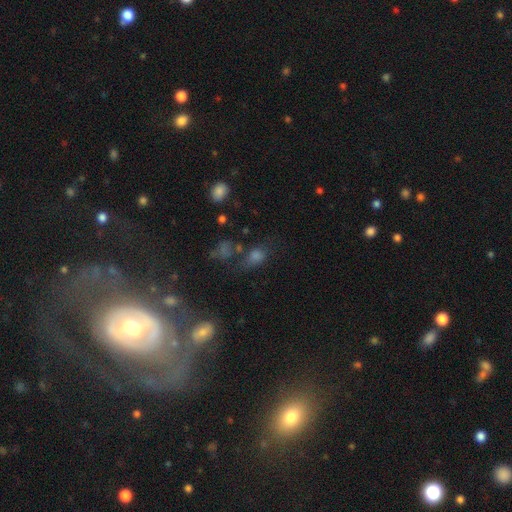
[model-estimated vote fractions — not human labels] A smooth galaxy with no disk features (55%) that is in between round and cigar-shaped (52%).

Vote fractions:
- Smooth or featured? smooth: 55% / star or artifact: 28% / featured or disk: 16%
- How rounded? in between: 52% / round: 44% / cigar-shaped: 4%
- Merging? none: 50% / minor disturbance: 19% / major disturbance: 16% / merger: 15%